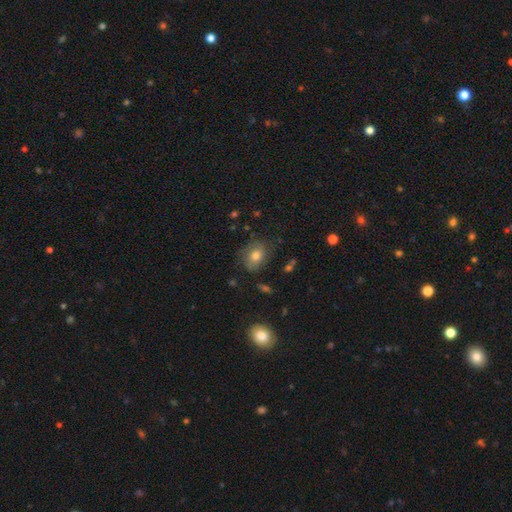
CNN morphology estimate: smooth_or_featured: smooth (p=0.69) [alt: featured or disk p=0.19]
how_rounded: in between (p=0.51) [alt: round p=0.48]
merging: none (p=0.72) [alt: minor disturbance p=0.20]